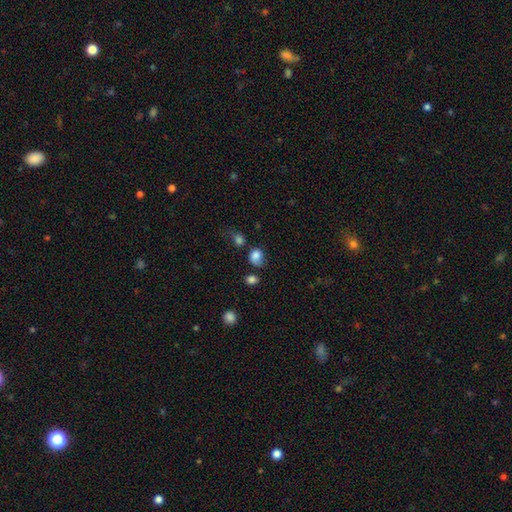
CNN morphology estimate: type=smooth (82%); roundness=round (60%); merging=none (46%).